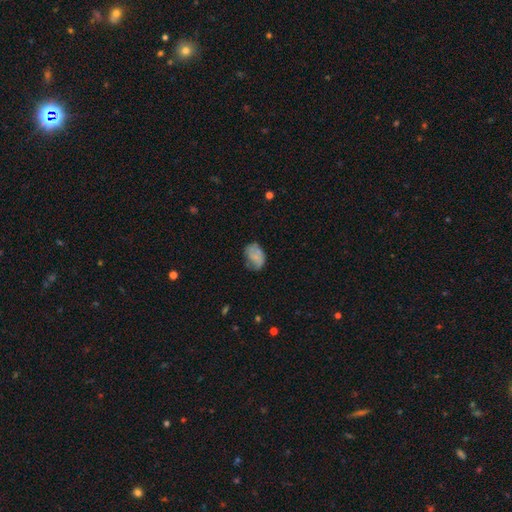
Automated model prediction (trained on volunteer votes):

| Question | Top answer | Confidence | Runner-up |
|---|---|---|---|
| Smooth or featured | smooth | 60% | featured or disk (30%) |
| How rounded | in between | 79% | round (20%) |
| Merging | none | 47% | minor disturbance (34%) |